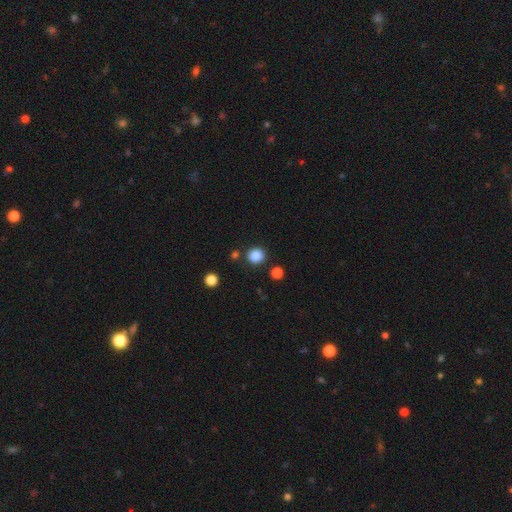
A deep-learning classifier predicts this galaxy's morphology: A smooth galaxy with no disk features (85%) that is round (91%). Merging: none (86%).